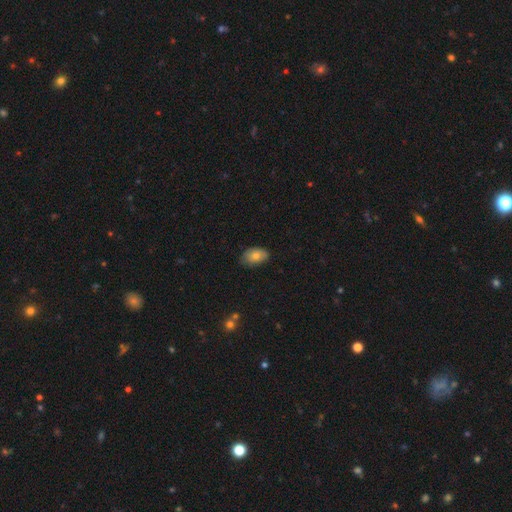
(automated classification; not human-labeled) smooth-or-featured: smooth: 76% | featured or disk: 16% | star or artifact: 8%
  how-rounded: in between: 89% | round: 9% | cigar-shaped: 2%
  merging: none: 76% | minor disturbance: 21% | major disturbance: 3% | merger: 1%